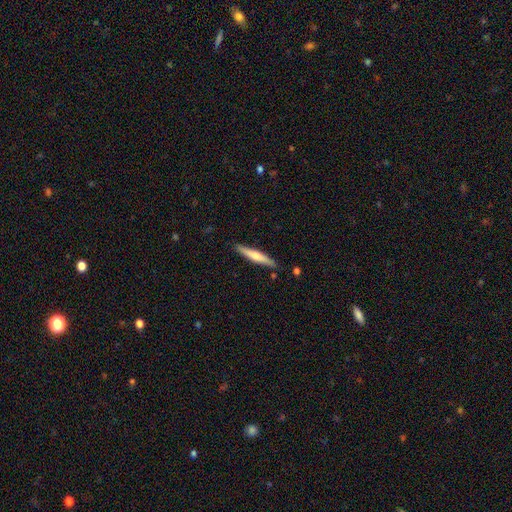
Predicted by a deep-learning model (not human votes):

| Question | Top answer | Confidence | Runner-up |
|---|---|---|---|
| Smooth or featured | smooth | 53% | featured or disk (42%) |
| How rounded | cigar-shaped | 93% | in between (6%) |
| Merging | none | 87% | minor disturbance (9%) |